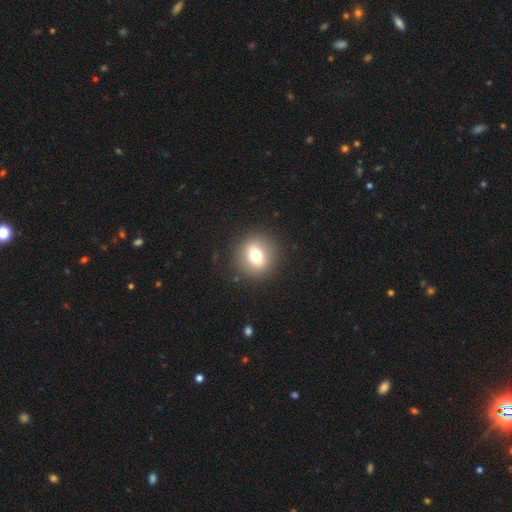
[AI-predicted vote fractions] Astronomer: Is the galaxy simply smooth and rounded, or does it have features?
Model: smooth — 70%.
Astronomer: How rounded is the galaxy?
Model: round — 84%.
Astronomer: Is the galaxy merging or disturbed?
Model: none — 89%.